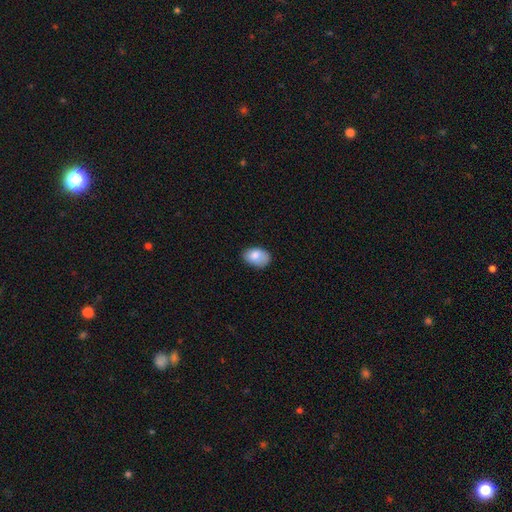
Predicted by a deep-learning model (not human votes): Smooth or featured? Predicted: smooth (p=0.84). How rounded? Predicted: in between (p=0.86). Merging? Predicted: none (p=0.72).